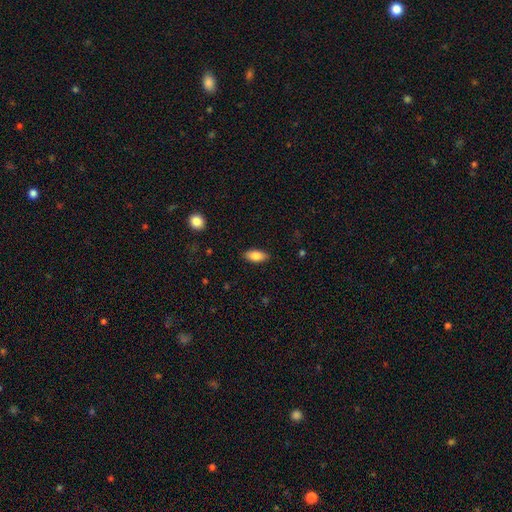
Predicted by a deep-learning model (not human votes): Smooth or featured? smooth (84%)
How rounded? in between (87%)
Merging? none (87%)